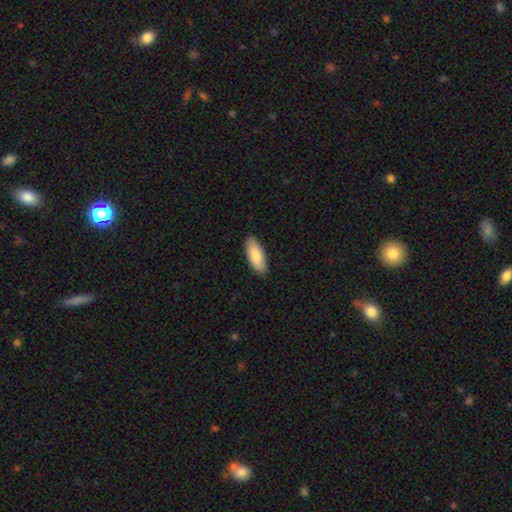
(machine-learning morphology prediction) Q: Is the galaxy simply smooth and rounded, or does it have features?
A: smooth — 85%.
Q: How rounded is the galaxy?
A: in between — 78%.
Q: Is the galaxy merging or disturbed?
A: none — 89%.